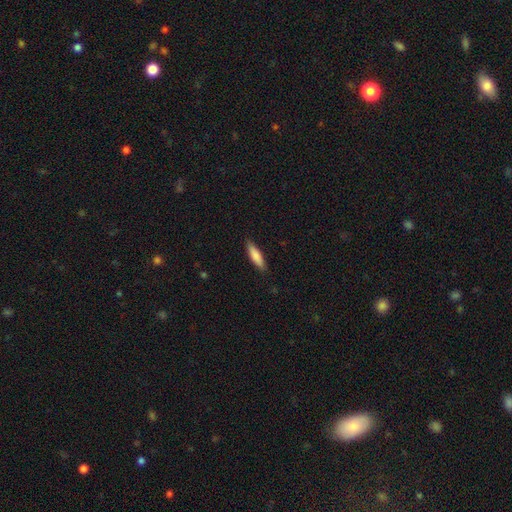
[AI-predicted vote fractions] Smooth or featured? smooth (81%)
How rounded? cigar-shaped (67%)
Merging? none (87%)